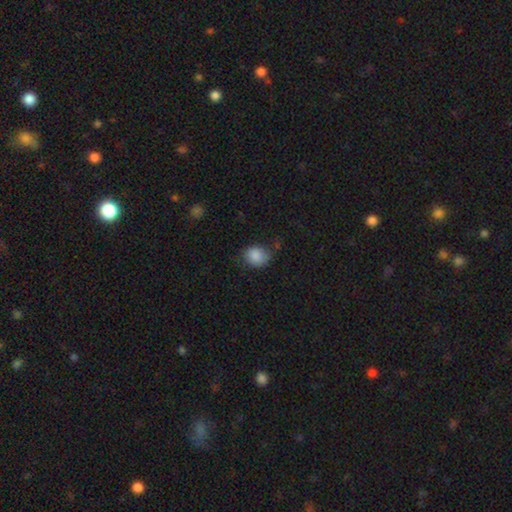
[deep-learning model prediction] Smooth or featured? smooth (86%)
How rounded? round (62%)
Merging? none (66%)